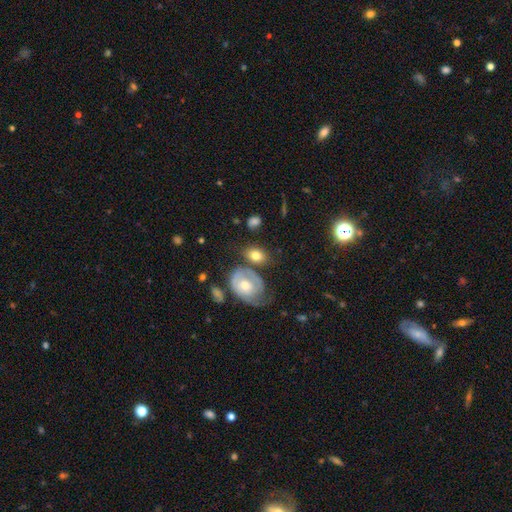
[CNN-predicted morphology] smooth 70%, featured or disk 23%, star or artifact 7%. Down the decision tree: how rounded — in between (74%); merging — none (51%).